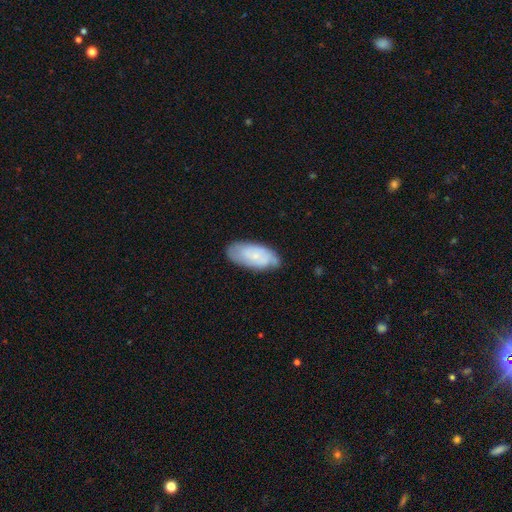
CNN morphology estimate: The model was most divided on "smooth or featured": featured or disk: 47%, smooth: 46%, star or artifact: 7%. More confident: merging — none (69%).